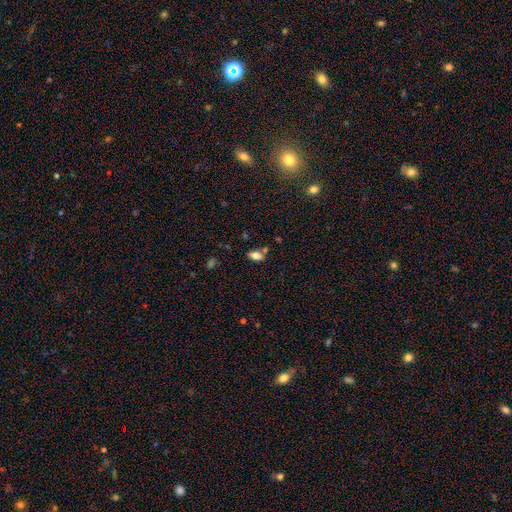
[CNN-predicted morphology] This appears to be a smooth galaxy with no disk features (73%) that is in between round and cigar-shaped (87%). Merging: none (67%).